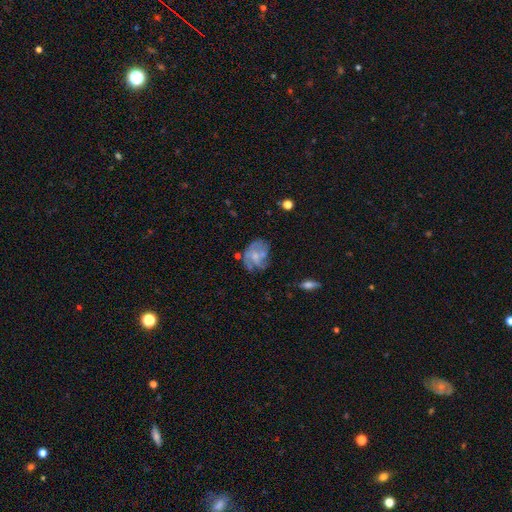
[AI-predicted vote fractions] Overall: featured or disk (60%; smooth 30%). Edge-on disk: no (97%). Bar: no (76%). Spiral arms: yes (62%; no 38%). Bulge size: small (52%; moderate 30%). Merging: none (47%; minor disturbance 25%).